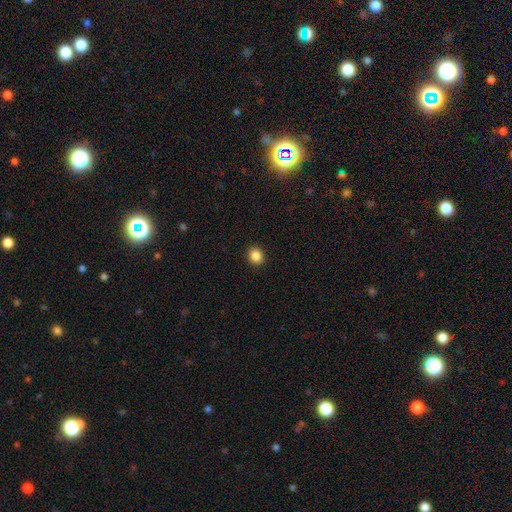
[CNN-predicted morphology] smooth-or-featured: smooth: 87% | star or artifact: 10% | featured or disk: 3%
  how-rounded: round: 75% | in between: 24% | cigar-shaped: 1%
  merging: none: 92% | minor disturbance: 5% | major disturbance: 2% | merger: 1%